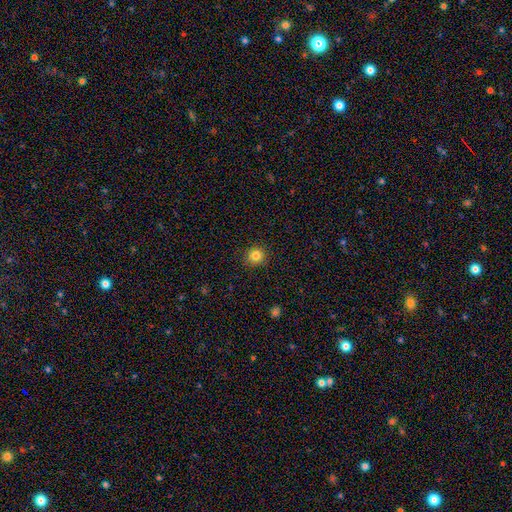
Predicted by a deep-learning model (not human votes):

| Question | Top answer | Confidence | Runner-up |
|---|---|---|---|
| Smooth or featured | smooth | 83% | star or artifact (11%) |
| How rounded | round | 91% | in between (8%) |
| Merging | none | 90% | minor disturbance (7%) |